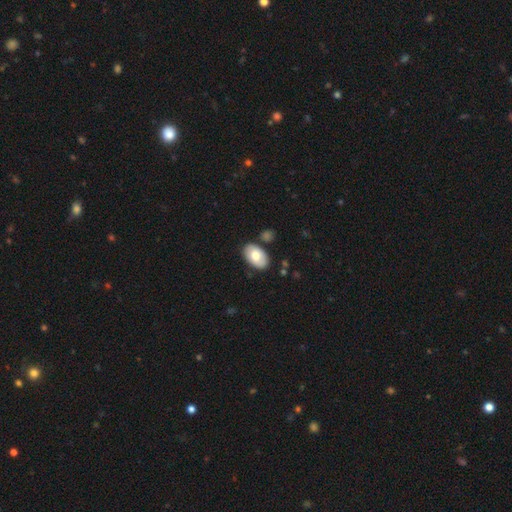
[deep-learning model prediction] smooth-or-featured: smooth: 73% | featured or disk: 21% | star or artifact: 6%
  how-rounded: in between: 93% | round: 6% | cigar-shaped: 1%
  merging: none: 81% | minor disturbance: 11% | merger: 5% | major disturbance: 3%